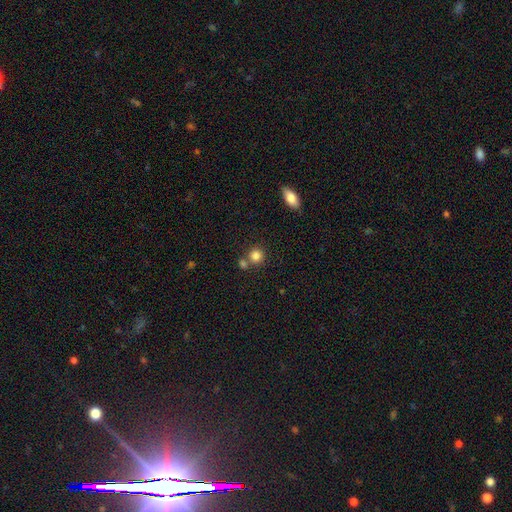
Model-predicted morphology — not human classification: smooth 83%, star or artifact 11%, featured or disk 6%. Down the decision tree: how rounded — round (89%); merging — none (64%).